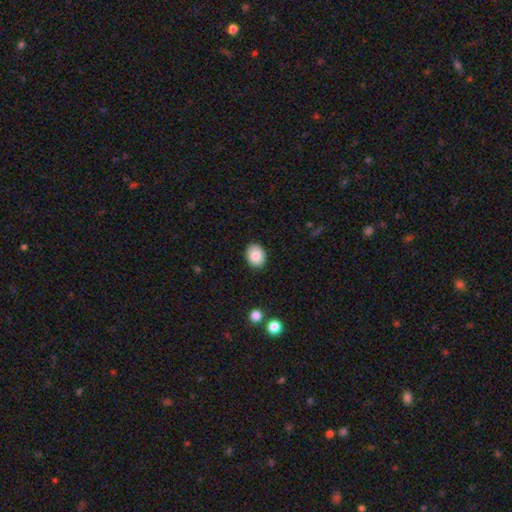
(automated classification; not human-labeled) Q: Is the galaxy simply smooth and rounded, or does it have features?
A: smooth — 83%.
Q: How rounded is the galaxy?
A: in between — 66%.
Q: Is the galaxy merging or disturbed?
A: none — 88%.